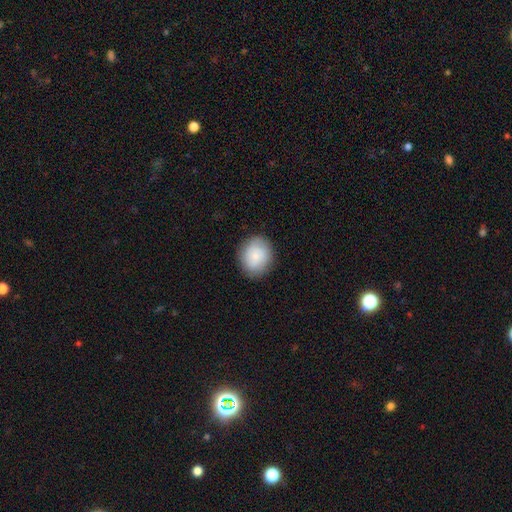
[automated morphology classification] Smooth or featured? smooth (86%)
How rounded? round (72%)
Merging? none (86%)